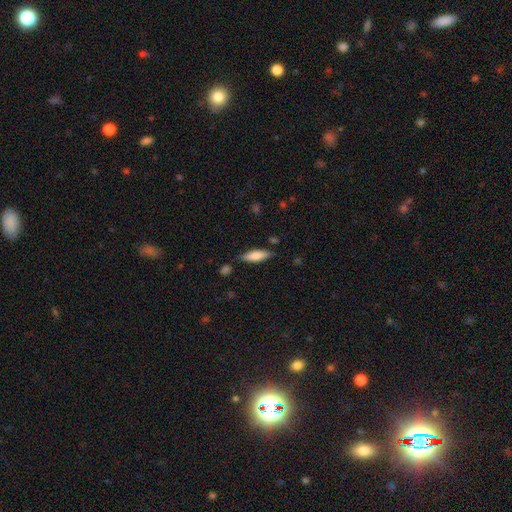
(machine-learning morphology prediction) A smooth galaxy with no disk features (77%) that is cigar-shaped (52%).

Vote fractions:
- Smooth or featured? smooth: 77% / featured or disk: 17% / star or artifact: 6%
- How rounded? cigar-shaped: 52% / in between: 46% / round: 2%
- Merging? none: 80% / minor disturbance: 14% / major disturbance: 3% / merger: 3%